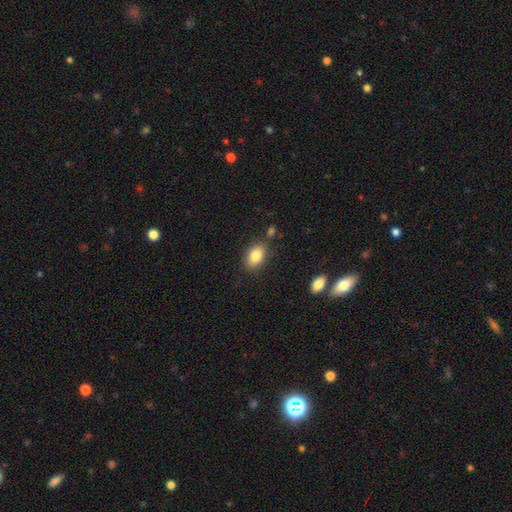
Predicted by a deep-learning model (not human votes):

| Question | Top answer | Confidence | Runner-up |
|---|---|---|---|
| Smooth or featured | smooth | 85% | star or artifact (8%) |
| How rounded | in between | 86% | round (13%) |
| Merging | none | 76% | minor disturbance (14%) |